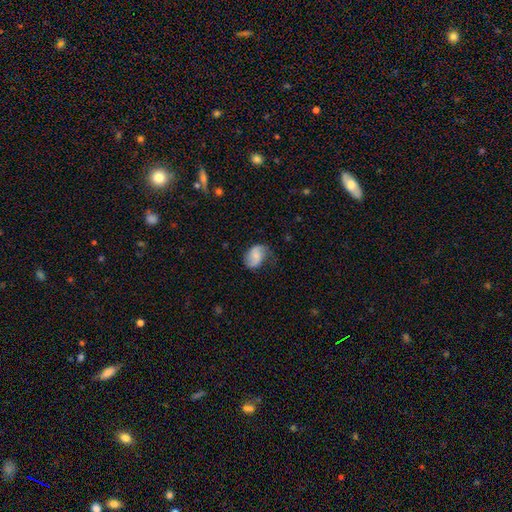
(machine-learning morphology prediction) This is possibly a smooth galaxy (54%). How rounded: likely in between (72%). Merging: possibly none (59%).